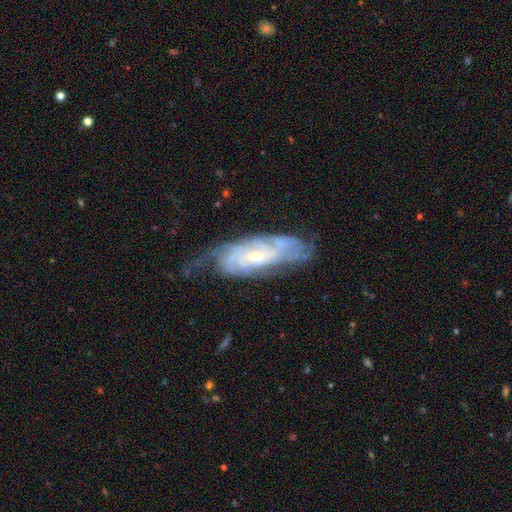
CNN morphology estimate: Smooth or featured? Predicted: featured or disk (p=0.81). Edge-on disk? Predicted: no (p=0.87). Bar? Predicted: no (p=0.60). Spiral arms? Predicted: yes (p=0.93). Spiral winding? Predicted: tight (p=0.62). Spiral arm count? Predicted: can't tell (p=0.48). Bulge size? Predicted: small (p=0.61). Merging? Predicted: none (p=0.55).